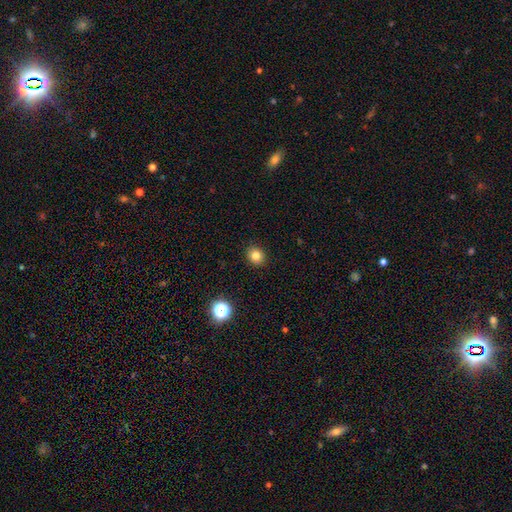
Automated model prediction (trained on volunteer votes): This is clearly a smooth galaxy (80%). How rounded: likely round (77%). Merging: clearly none (91%).